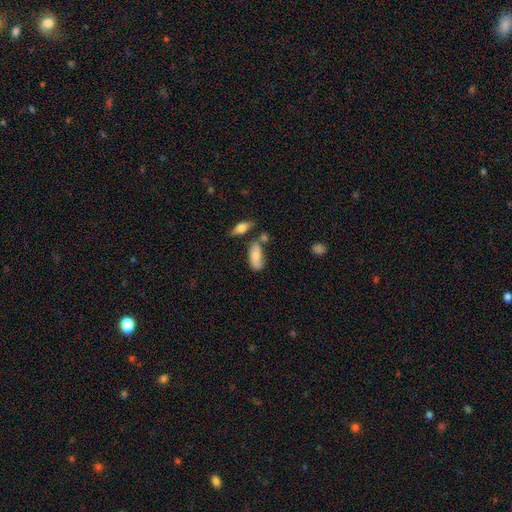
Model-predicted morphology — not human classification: A smooth galaxy with no disk features (76%) that is in between round and cigar-shaped (84%). Merging: none (50%).